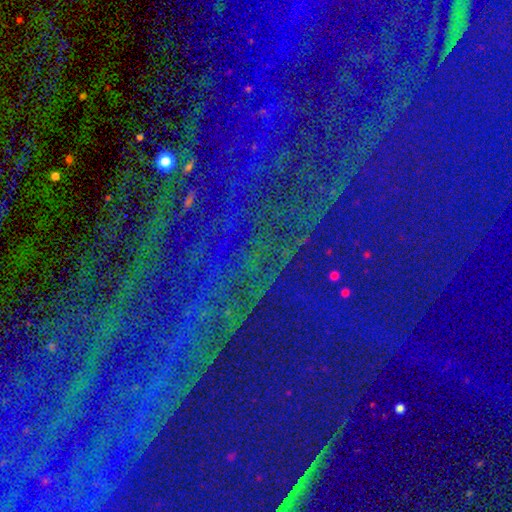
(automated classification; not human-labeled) smooth_or_featured: star or artifact (p=0.85) [alt: smooth p=0.08]